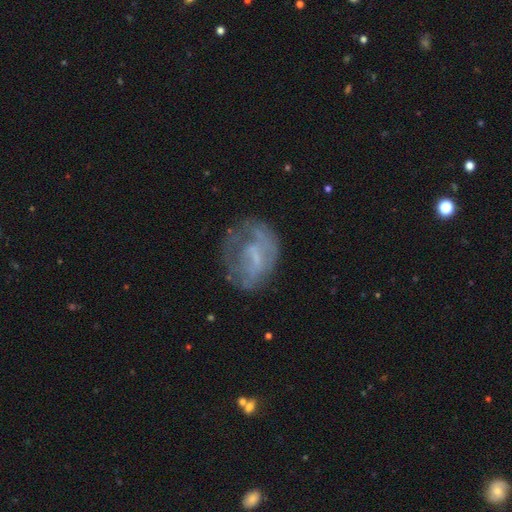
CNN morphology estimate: A featured or disk galaxy (55%) with no bar (48%), no spiral arms (61%) and a small central bulge (40%, tied with none).

Vote fractions:
- Smooth or featured? featured or disk: 55% / smooth: 32% / star or artifact: 12%
- Edge-on disk? no: 96% / yes: 4%
- Bar? no: 48% / weak: 39% / strong: 13%
- Spiral arms? no: 61% / yes: 39%
- Bulge size? small: 40% (tied) / none: 40% (tied) / moderate: 17% / large: 2% / dominant: 1%
- Merging? none: 53% / minor disturbance: 23% / major disturbance: 22% / merger: 2%